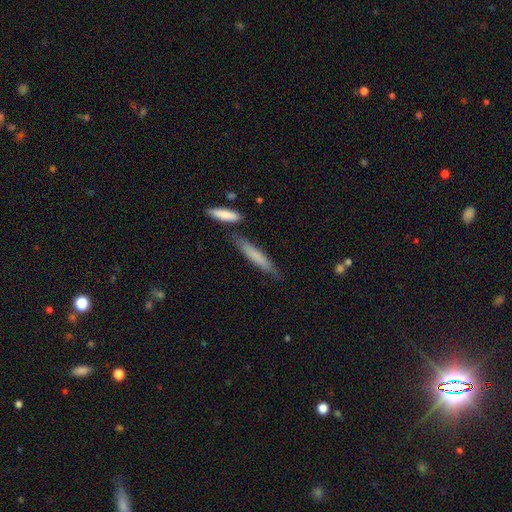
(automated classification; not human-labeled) smooth 69%, featured or disk 25%, star or artifact 6%. Down the decision tree: how rounded — cigar-shaped (91%); merging — none (75%).